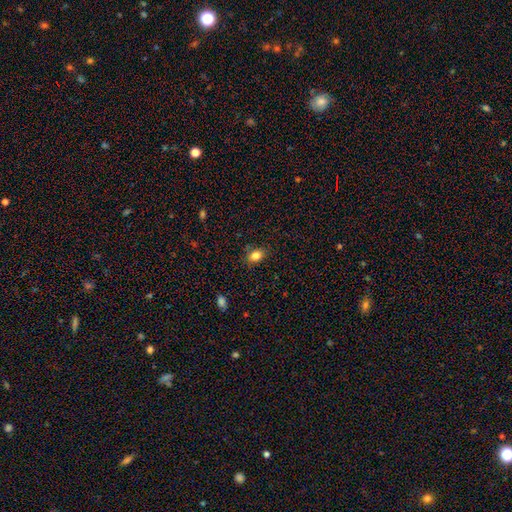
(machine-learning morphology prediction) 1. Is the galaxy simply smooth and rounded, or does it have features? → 83% smooth, 11% star or artifact, 7% featured or disk.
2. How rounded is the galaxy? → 72% in between, 27% round, 1% cigar-shaped.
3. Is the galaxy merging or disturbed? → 83% none, 13% minor disturbance, 3% major disturbance, 2% merger.